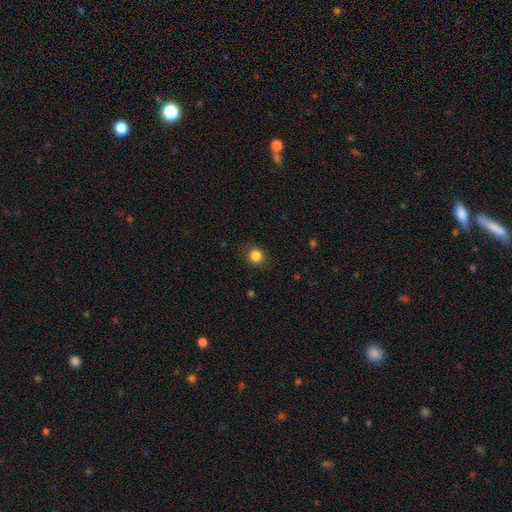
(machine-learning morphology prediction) A smooth galaxy with no disk features (85%) that is round (73%).

Vote fractions:
- Smooth or featured? smooth: 85% / star or artifact: 11% / featured or disk: 5%
- How rounded? round: 73% / in between: 26% / cigar-shaped: 1%
- Merging? none: 84% / minor disturbance: 11% / major disturbance: 3% / merger: 1%